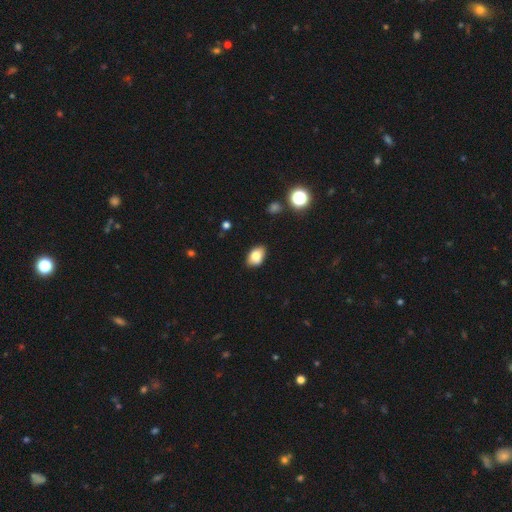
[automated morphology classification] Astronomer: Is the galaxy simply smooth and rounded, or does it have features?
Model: smooth — 82%.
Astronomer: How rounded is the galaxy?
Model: in between — 86%.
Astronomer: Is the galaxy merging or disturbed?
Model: none — 85%.